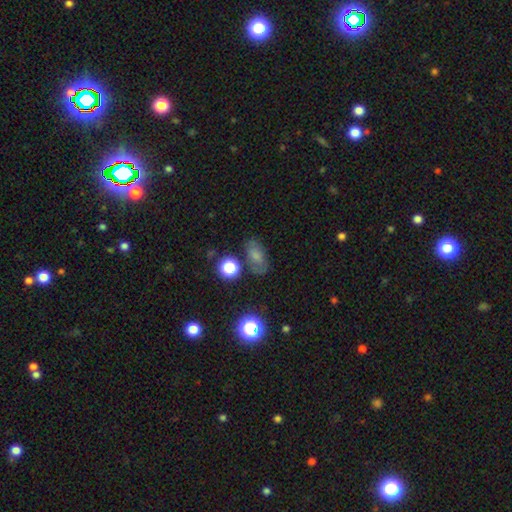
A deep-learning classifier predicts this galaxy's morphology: This is likely a smooth galaxy (64%). How rounded: clearly in between (82%). Merging: likely none (69%).